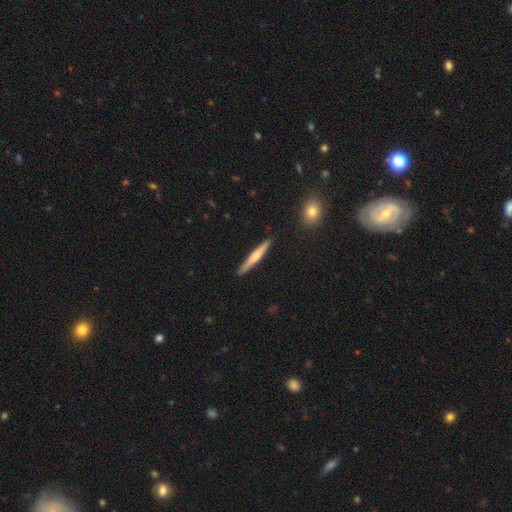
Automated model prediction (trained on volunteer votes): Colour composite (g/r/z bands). It shows a featured or disk galaxy (53%) viewed edge-on (97%) with a rounded central bulge (74%). Merging: none (91%).